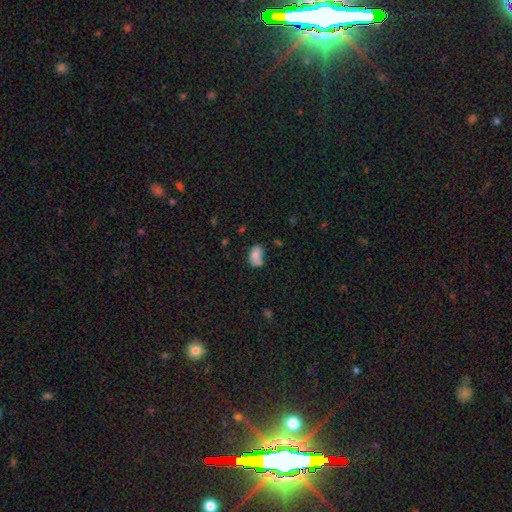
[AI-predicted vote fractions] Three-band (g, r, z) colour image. It shows a smooth galaxy with no disk features (80%) that is in between round and cigar-shaped (85%). Merging: none (48%).